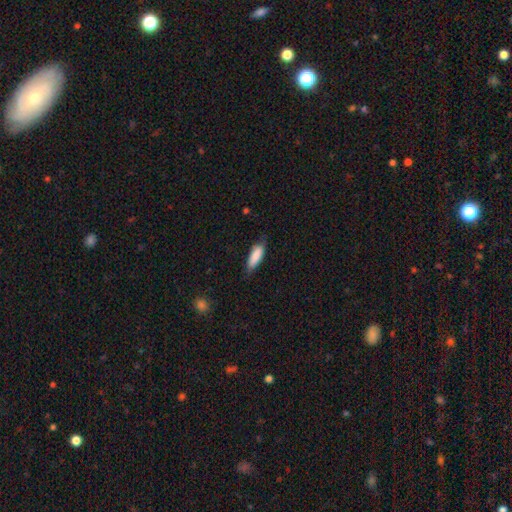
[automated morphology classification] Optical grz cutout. It shows a smooth galaxy with no disk features (84%) that is in between round and cigar-shaped (60%). Merging: none (70%).